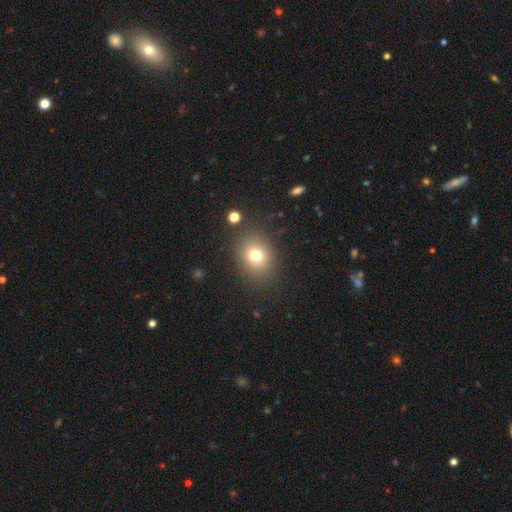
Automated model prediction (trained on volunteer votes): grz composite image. It shows a smooth galaxy with no disk features (75%) that is round (54%). Merging: none (84%).